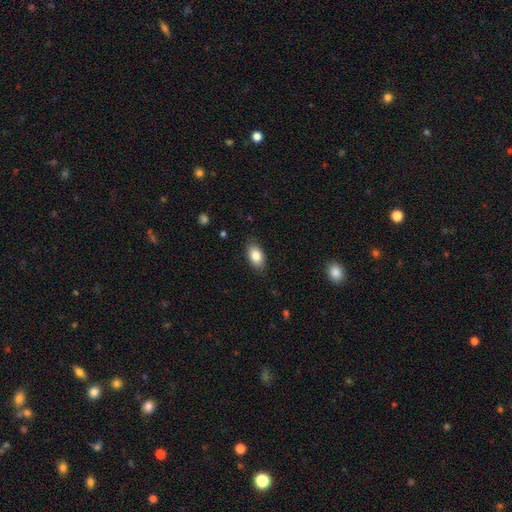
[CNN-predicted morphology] A smooth galaxy with no disk features (85%) that is in between round and cigar-shaped (91%). Merging: none (84%).